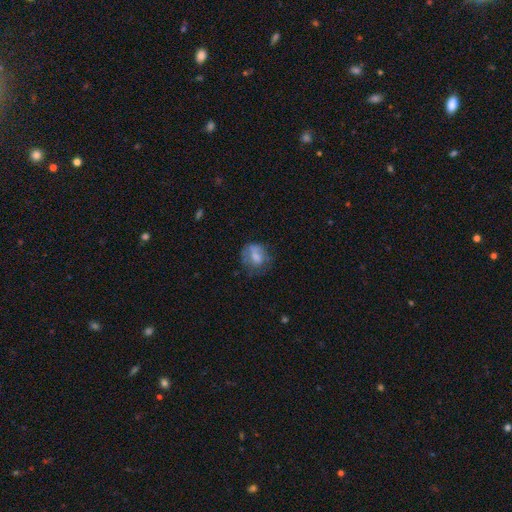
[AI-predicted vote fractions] This is possibly a smooth galaxy (60%). How rounded: likely round (62%). Merging: possibly none (48%).